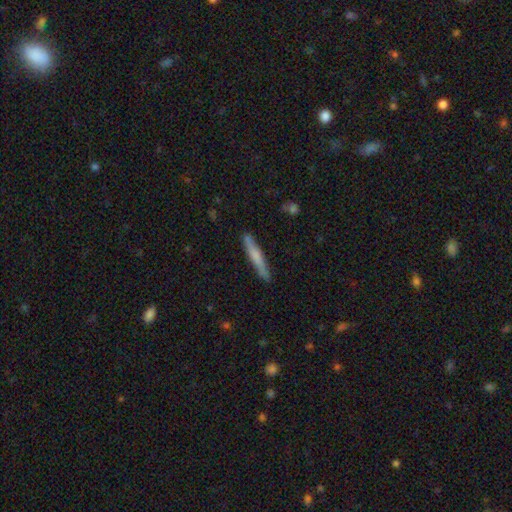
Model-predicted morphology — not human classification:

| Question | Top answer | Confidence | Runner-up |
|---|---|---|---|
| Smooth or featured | smooth | 61% | featured or disk (34%) |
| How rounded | cigar-shaped | 95% | in between (4%) |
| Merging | none | 87% | minor disturbance (9%) |